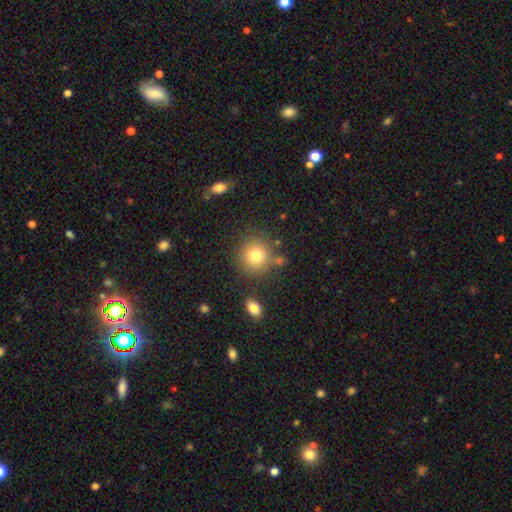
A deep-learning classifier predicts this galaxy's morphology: Q: Smooth or featured?
A: smooth (80%); runner-up: star or artifact (11%)
Q: How rounded?
A: round (89%); runner-up: in between (10%)
Q: Merging?
A: none (80%); runner-up: minor disturbance (10%)